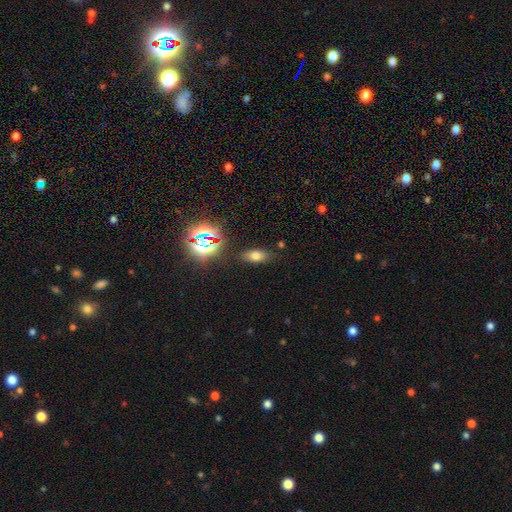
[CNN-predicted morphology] Smooth or featured? Predicted: smooth (p=0.67). How rounded? Predicted: in between (p=0.82). Merging? Predicted: none (p=0.82).